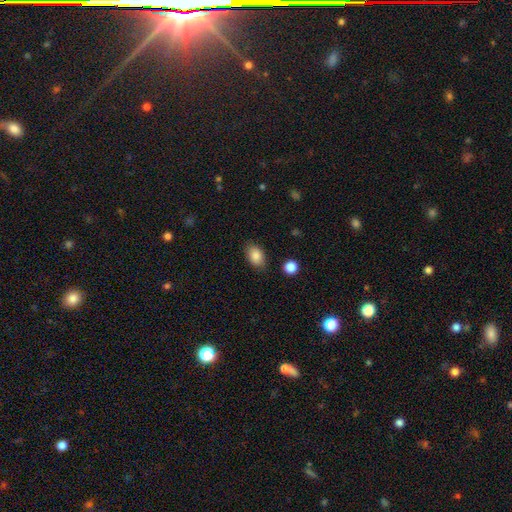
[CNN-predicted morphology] Smooth or featured? smooth (86%)
How rounded? in between (86%)
Merging? none (83%)